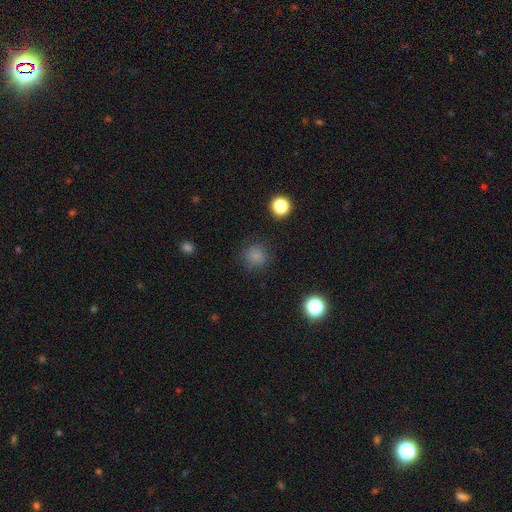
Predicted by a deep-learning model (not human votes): smooth-or-featured: smooth: 79% | star or artifact: 16% | featured or disk: 5%
  how-rounded: round: 91% | in between: 9% | cigar-shaped: 1%
  merging: none: 83% | minor disturbance: 11% | major disturbance: 4% | merger: 2%